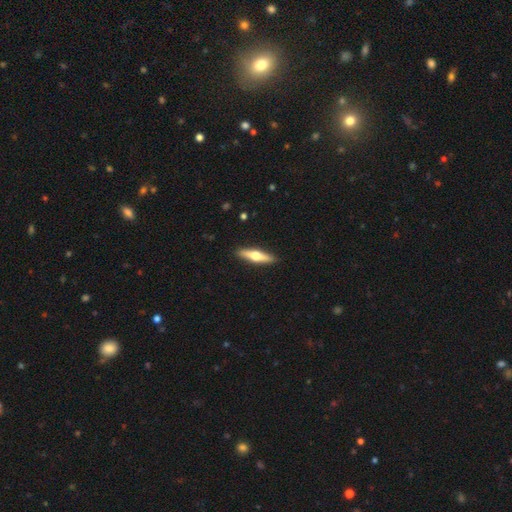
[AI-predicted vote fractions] Smooth or featured? featured or disk (52%)
Edge-on disk? yes (93%)
Merging? none (91%)